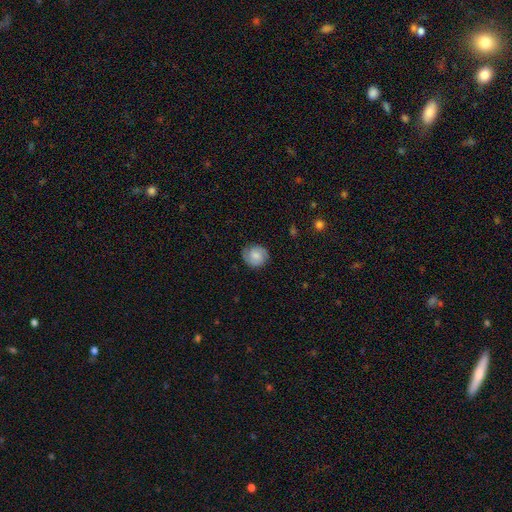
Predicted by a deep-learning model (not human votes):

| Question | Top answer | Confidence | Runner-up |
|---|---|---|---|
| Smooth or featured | smooth | 52% | featured or disk (40%) |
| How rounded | round | 83% | in between (16%) |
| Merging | none | 83% | minor disturbance (13%) |